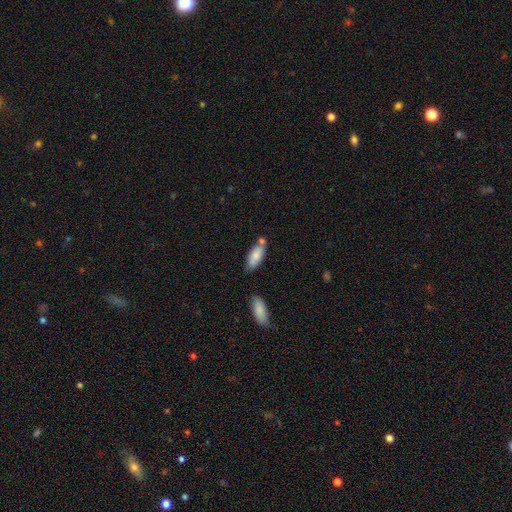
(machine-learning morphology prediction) smooth_or_featured: smooth (p=0.80) [alt: featured or disk p=0.13]
how_rounded: in between (p=0.82) [alt: cigar-shaped p=0.16]
merging: none (p=0.62) [alt: minor disturbance p=0.18]